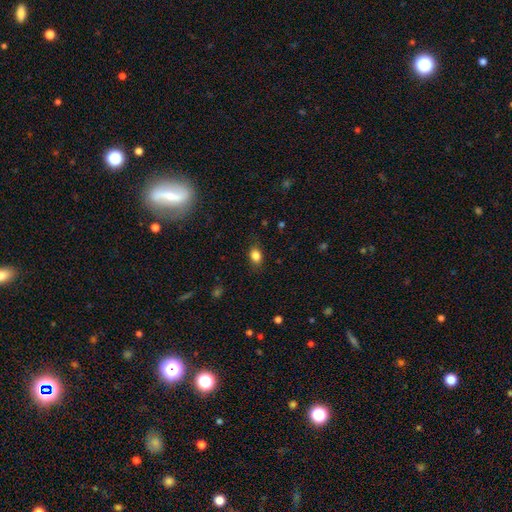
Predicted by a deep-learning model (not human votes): smooth 84%, star or artifact 10%, featured or disk 6%. Down the decision tree: how rounded — in between (73%); merging — none (82%).